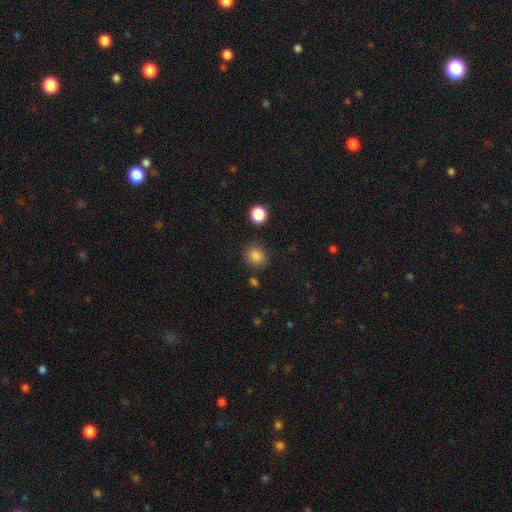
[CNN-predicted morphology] A smooth galaxy with no disk features (85%) that is round (75%).

Vote fractions:
- Smooth or featured? smooth: 85% / star or artifact: 11% / featured or disk: 4%
- How rounded? round: 75% / in between: 24% / cigar-shaped: 1%
- Merging? none: 82% / minor disturbance: 10% / merger: 4% / major disturbance: 3%